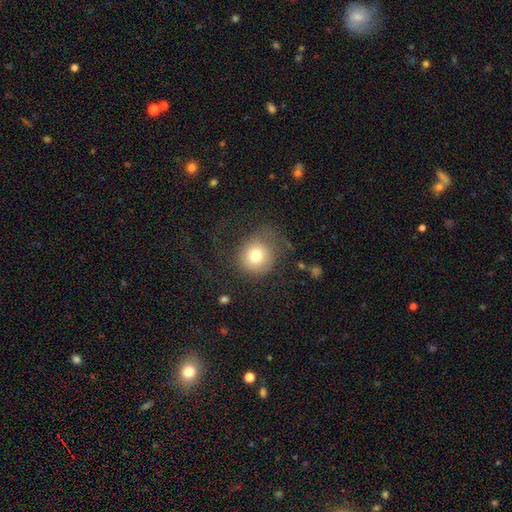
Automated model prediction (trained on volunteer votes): Smooth or featured? Predicted: smooth (p=0.74). How rounded? Predicted: round (p=0.87). Merging? Predicted: none (p=0.54).